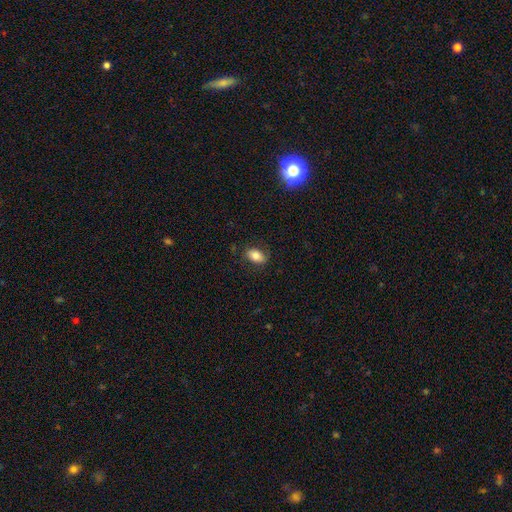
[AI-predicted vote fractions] Smooth or featured? smooth (78%)
How rounded? in between (89%)
Merging? none (79%)